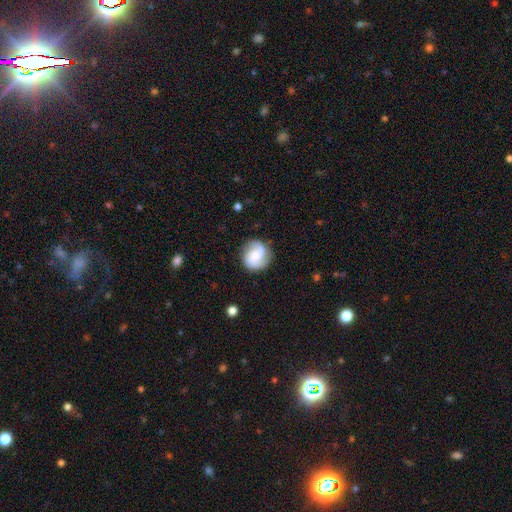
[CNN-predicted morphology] Smooth or featured?
  - featured or disk: 67% *
  - smooth: 26%
  - star or artifact: 7%
Edge-on disk?
  - no: 98% *
  - yes: 2%
Bar?
  - weak: 47% *
  - no: 35%
  - strong: 19%
Spiral arms?
  - yes: 94% *
  - no: 6%
Spiral winding?
  - medium: 42% *
  - loose: 35%
  - tight: 23%
Spiral arm count?
  - 2: 83% *
  - 1: 6%
  - can't tell: 5%
  - 3: 3%
  - 4: 1%
  - more than 4: 1%
Bulge size?
  - small: 35% * (tied)
  - moderate: 35% * (tied)
  - none: 16%
  - large: 11%
  - dominant: 3%
Merging?
  - none: 80% *
  - minor disturbance: 13%
  - major disturbance: 5%
  - merger: 2%